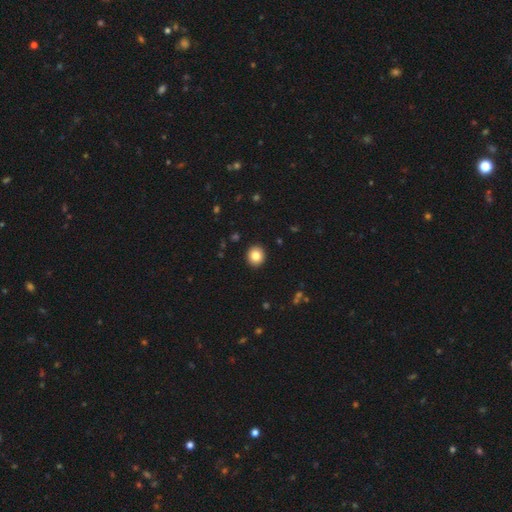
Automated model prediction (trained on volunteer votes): Smooth or featured: smooth — 83% (star or artifact — 10%)
How rounded: round — 83% (in between — 16%)
Merging: none — 93% (minor disturbance — 5%)